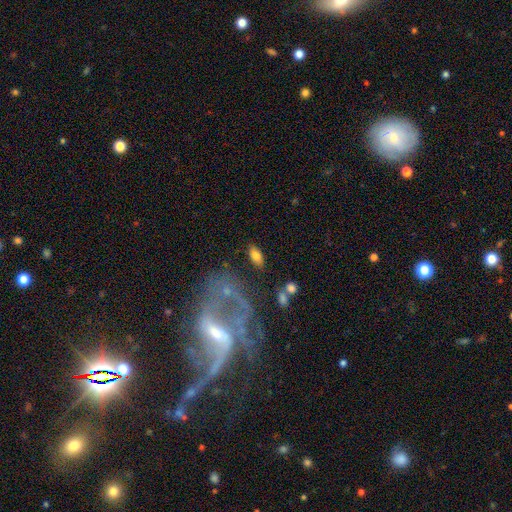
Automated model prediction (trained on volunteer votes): A smooth galaxy with no disk features (76%) that is in between round and cigar-shaped (88%).

Vote fractions:
- Smooth or featured? smooth: 76% / featured or disk: 16% / star or artifact: 8%
- How rounded? in between: 88% / cigar-shaped: 8% / round: 4%
- Merging? none: 79% / minor disturbance: 12% / merger: 5% / major disturbance: 5%